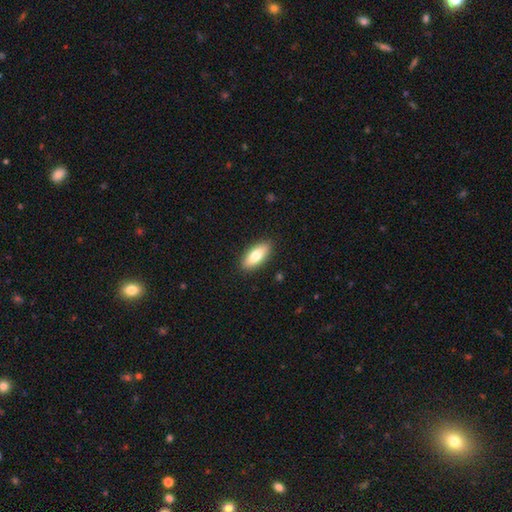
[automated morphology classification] Smooth or featured: smooth — 75% (featured or disk — 19%)
How rounded: in between — 78% (cigar-shaped — 20%)
Merging: none — 89% (minor disturbance — 8%)